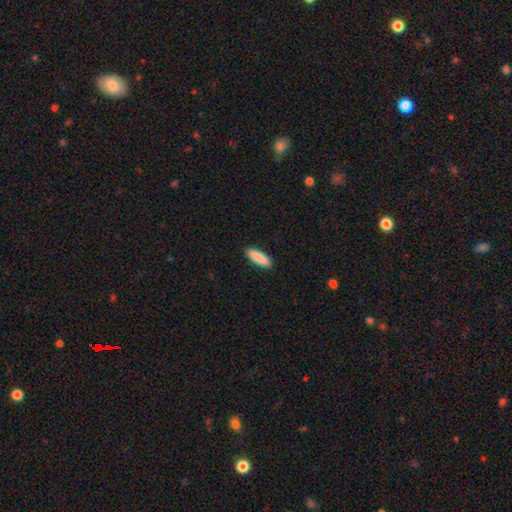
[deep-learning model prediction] This is clearly a smooth galaxy (88%). How rounded: likely cigar-shaped (68%). Merging: clearly none (91%).